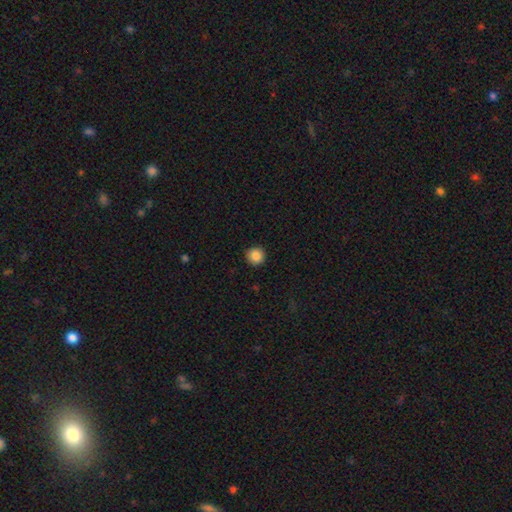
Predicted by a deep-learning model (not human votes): A smooth galaxy with no disk features (87%) that is round (95%). Merging: none (93%).